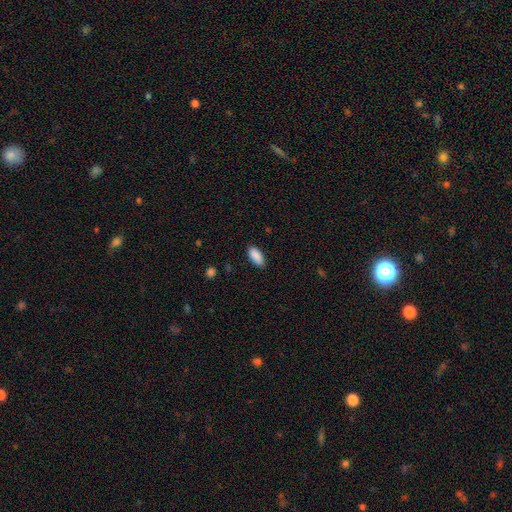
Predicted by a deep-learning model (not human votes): smooth_or_featured: smooth (p=0.90) [alt: star or artifact p=0.07]
how_rounded: in between (p=0.88) [alt: cigar-shaped p=0.10]
merging: none (p=0.85) [alt: minor disturbance p=0.11]